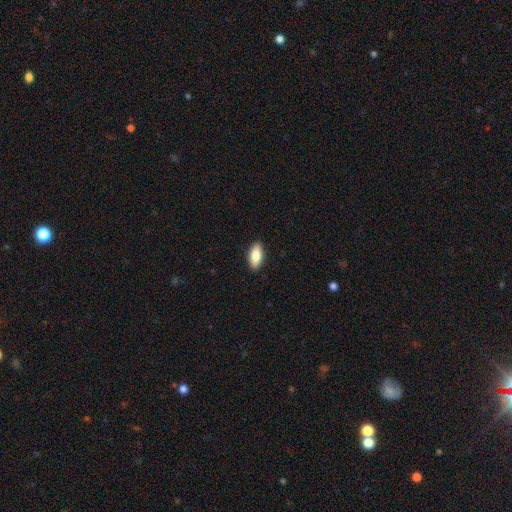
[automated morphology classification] smooth_or_featured: smooth (p=0.82) [alt: featured or disk p=0.11]
how_rounded: in between (p=0.85) [alt: cigar-shaped p=0.12]
merging: none (p=0.89) [alt: minor disturbance p=0.08]